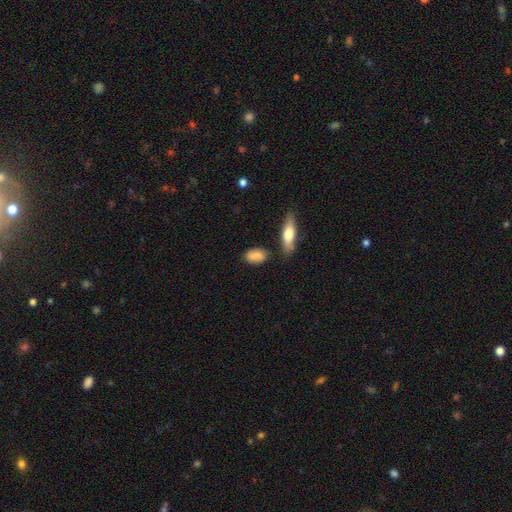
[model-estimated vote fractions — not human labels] smooth 82%, featured or disk 11%, star or artifact 7%. Down the decision tree: how rounded — in between (86%); merging — none (76%).